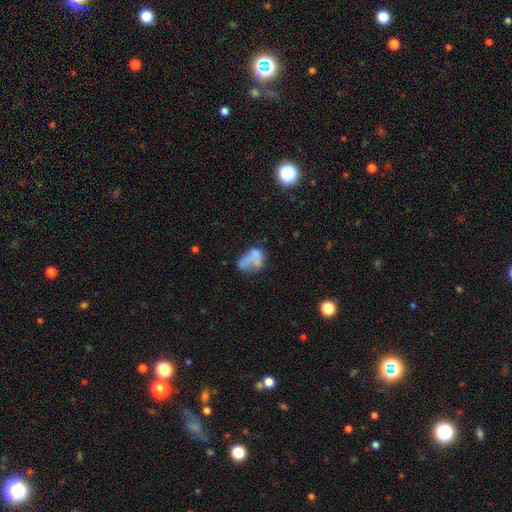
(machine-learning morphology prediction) smooth_or_featured: smooth (p=0.49) [alt: featured or disk p=0.30]
merging: none (p=0.36) [alt: merger p=0.23]